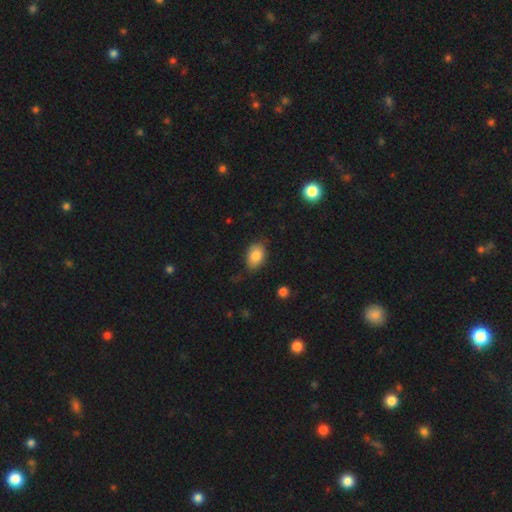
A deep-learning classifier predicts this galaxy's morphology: Smooth or featured? Predicted: smooth (p=0.85). How rounded? Predicted: in between (p=0.84). Merging? Predicted: none (p=0.73).